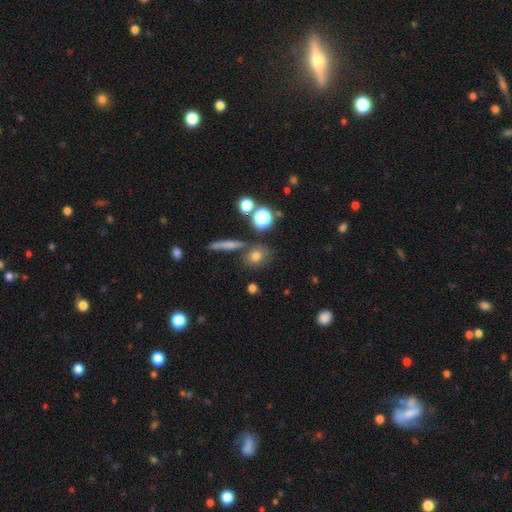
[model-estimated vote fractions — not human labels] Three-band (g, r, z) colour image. It shows a smooth galaxy with no disk features (72%) that is round (60%). Merging: none (72%).